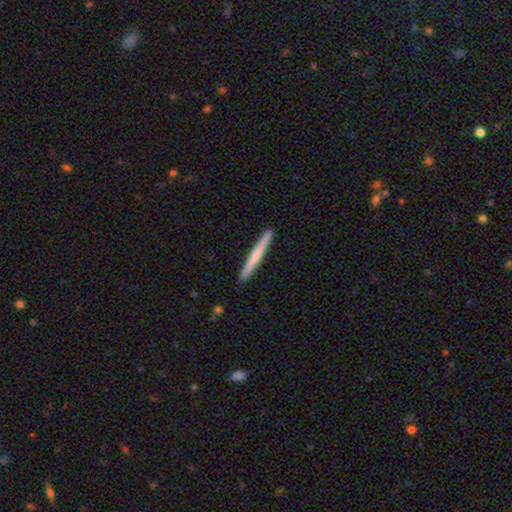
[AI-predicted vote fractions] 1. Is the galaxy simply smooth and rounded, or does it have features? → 58% smooth, 37% featured or disk, 5% star or artifact.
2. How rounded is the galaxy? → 97% cigar-shaped, 2% in between, 1% round.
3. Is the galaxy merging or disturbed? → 92% none, 5% minor disturbance, 1% major disturbance, 1% merger.